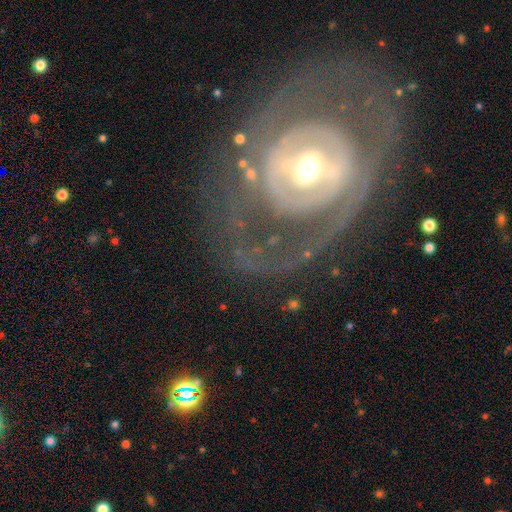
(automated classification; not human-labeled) A featured or disk galaxy (81%) with a weak bar (36%, tied with strong), spiral arms (61%) and a moderate central bulge (63%). Merging: none (67%).